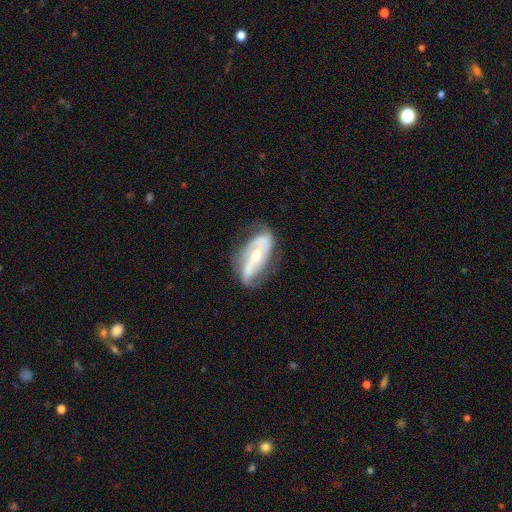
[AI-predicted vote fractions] Smooth or featured?
  - featured or disk: 81% *
  - smooth: 13%
  - star or artifact: 6%
Edge-on disk?
  - no: 90% *
  - yes: 10%
Bar?
  - strong: 52% *
  - no: 24%
  - weak: 23%
Spiral arms?
  - yes: 89% *
  - no: 11%
Spiral winding?
  - loose: 39% *
  - medium: 36%
  - tight: 24%
Spiral arm count?
  - 2: 81% *
  - can't tell: 10%
  - 1: 4%
  - 3: 3%
  - 4: 1%
  - more than 4: 1%
Bulge size?
  - small: 51% *
  - moderate: 45%
  - large: 2%
  - none: 1%
  - dominant: 1%
Merging?
  - none: 62% *
  - minor disturbance: 24%
  - major disturbance: 12%
  - merger: 2%